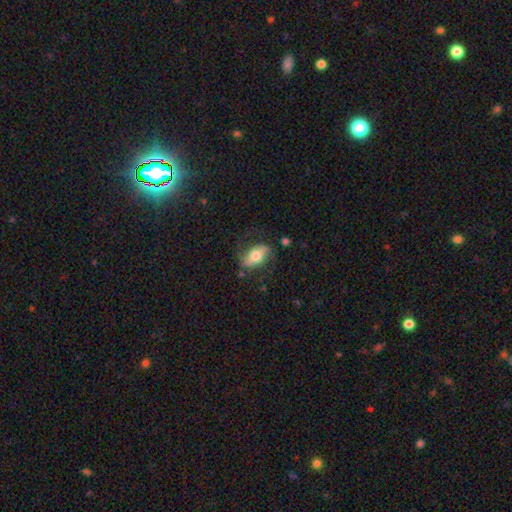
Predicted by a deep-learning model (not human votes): Smooth or featured? Predicted: smooth (p=0.50). How rounded? Predicted: in between (p=0.84). Merging? Predicted: none (p=0.63).